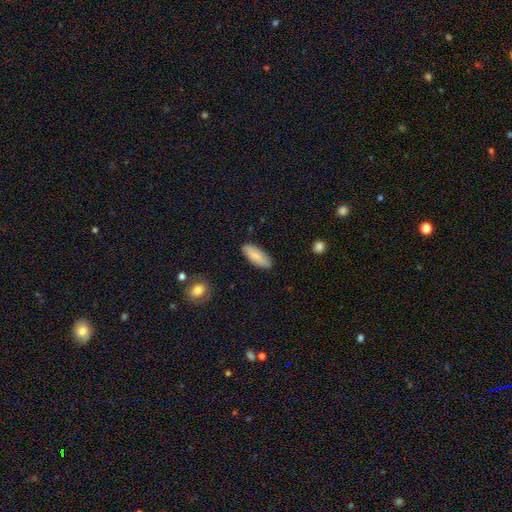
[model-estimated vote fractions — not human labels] smooth_or_featured: smooth (p=0.83) [alt: featured or disk p=0.11]
how_rounded: in between (p=0.72) [alt: cigar-shaped p=0.26]
merging: none (p=0.86) [alt: minor disturbance p=0.11]